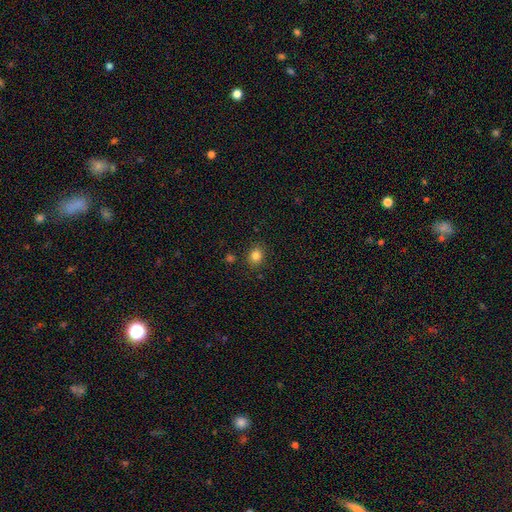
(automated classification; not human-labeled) The model was most divided on "how rounded": round: 64%, in between: 35%, cigar-shaped: 1%. More confident: merging — none (85%); smooth or featured — smooth (82%).